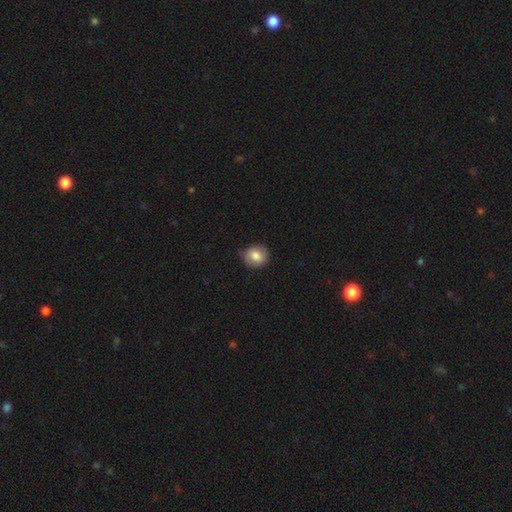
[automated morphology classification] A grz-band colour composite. It shows a smooth galaxy with no disk features (82%) that is round (77%). Merging: none (79%).